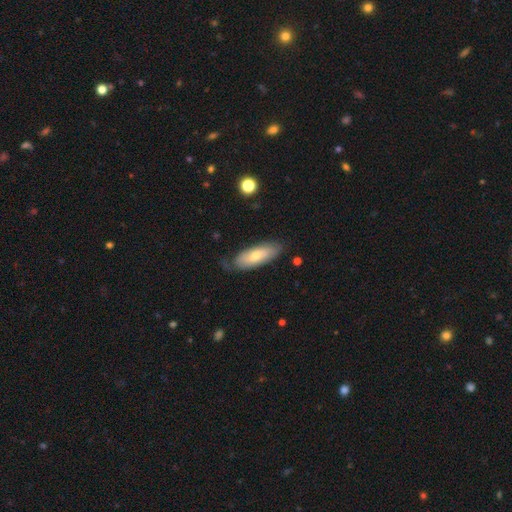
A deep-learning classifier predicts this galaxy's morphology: Smooth or featured? Predicted: smooth (p=0.57). How rounded? Predicted: in between (p=0.75). Merging? Predicted: none (p=0.64).